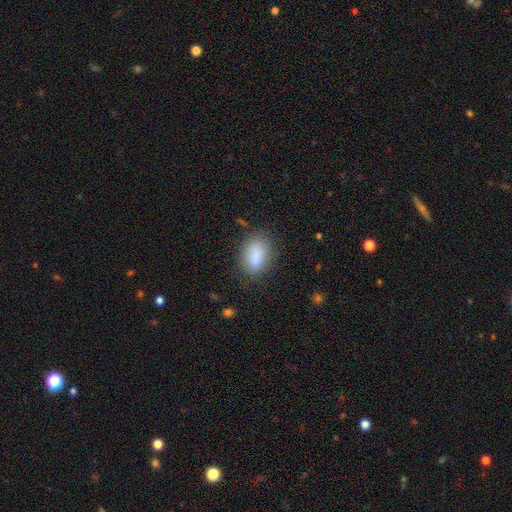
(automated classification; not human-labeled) This is clearly a smooth galaxy (85%). How rounded: clearly in between (86%). Merging: likely none (77%).